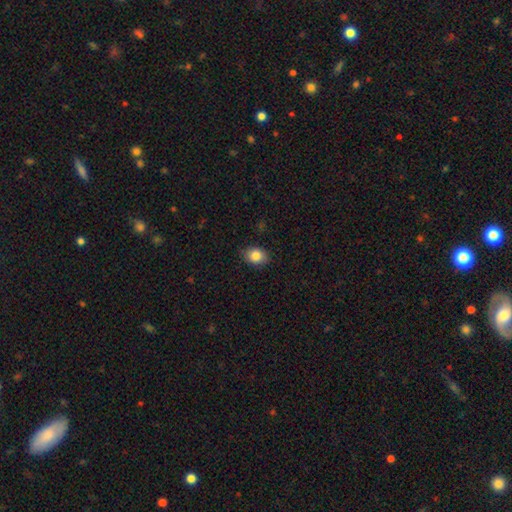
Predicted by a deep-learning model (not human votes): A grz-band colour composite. It shows a smooth galaxy with no disk features (84%) that is in between round and cigar-shaped (64%). Merging: none (85%).